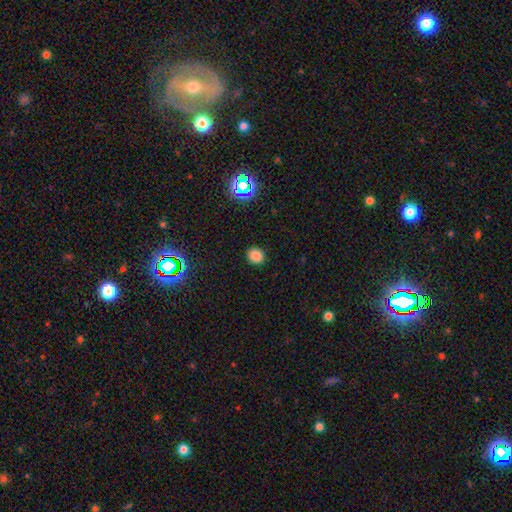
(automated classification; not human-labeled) This is clearly a smooth galaxy (81%). How rounded: likely round (77%). Merging: clearly none (90%).